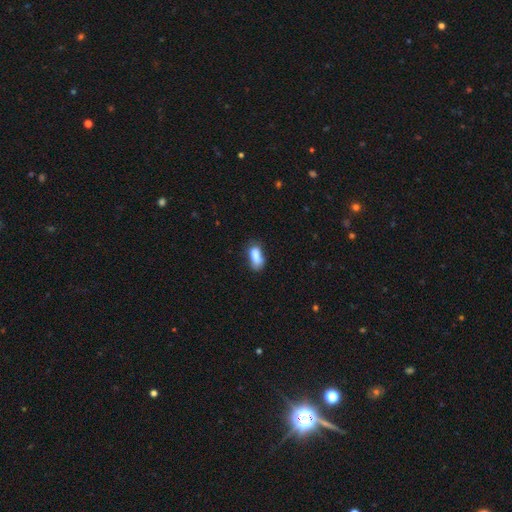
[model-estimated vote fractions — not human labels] Smooth or featured: smooth — 83% (star or artifact — 9%)
How rounded: in between — 85% (cigar-shaped — 11%)
Merging: none — 51% (minor disturbance — 31%)